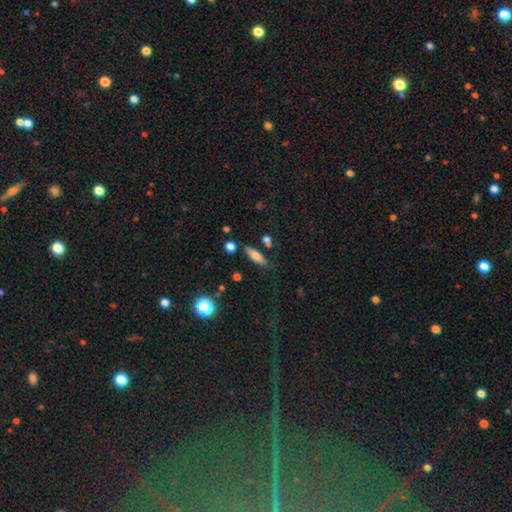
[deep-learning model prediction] The model was most divided on "how rounded": cigar-shaped: 50%, in between: 47%, round: 3%. More confident: merging — none (79%); smooth or featured — smooth (68%).